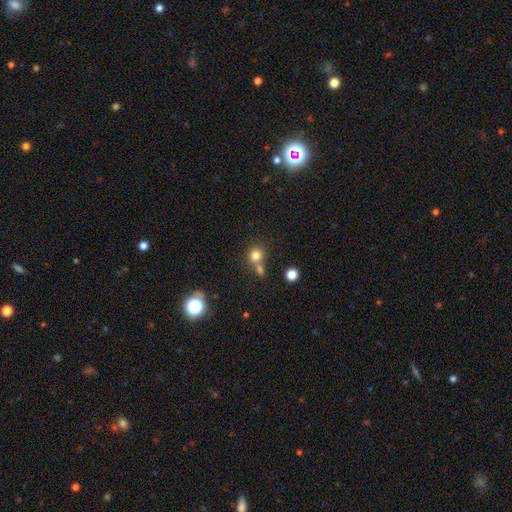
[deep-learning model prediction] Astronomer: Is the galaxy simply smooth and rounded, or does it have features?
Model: smooth — 79%.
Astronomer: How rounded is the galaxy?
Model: round — 82%.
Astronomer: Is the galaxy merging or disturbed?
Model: none — 55% (runner-up: merger, 33%).